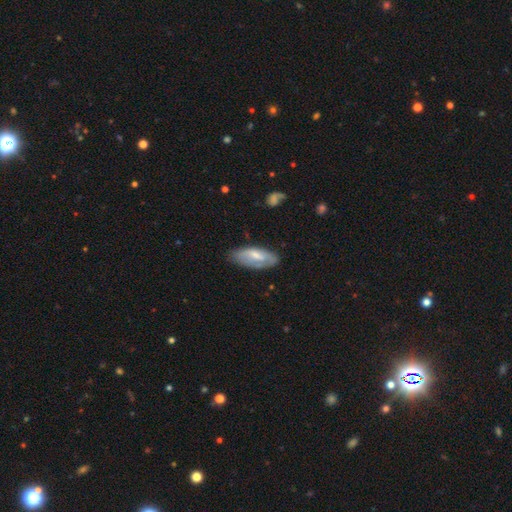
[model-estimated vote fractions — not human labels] This is possibly a smooth galaxy (54%). How rounded: clearly in between (83%). Merging: likely none (66%).